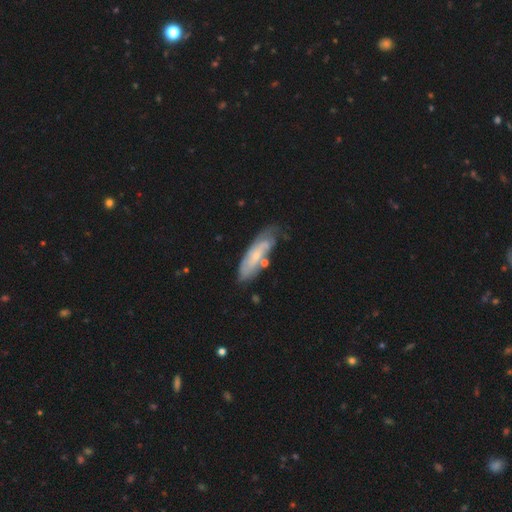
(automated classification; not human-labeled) The model was most divided on "smooth or featured": featured or disk: 59%, smooth: 35%, star or artifact: 6%. More confident: edge-on disk — no (79%); merging — none (55%).